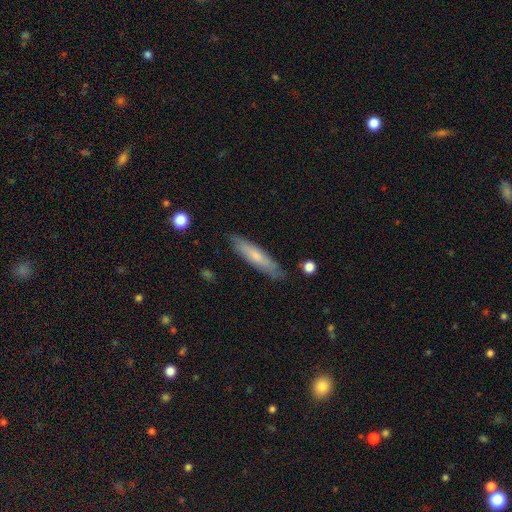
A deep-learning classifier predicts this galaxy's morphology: smooth_or_featured: smooth (p=0.65) [alt: featured or disk p=0.30]
how_rounded: cigar-shaped (p=0.82) [alt: in between p=0.17]
merging: none (p=0.83) [alt: minor disturbance p=0.13]